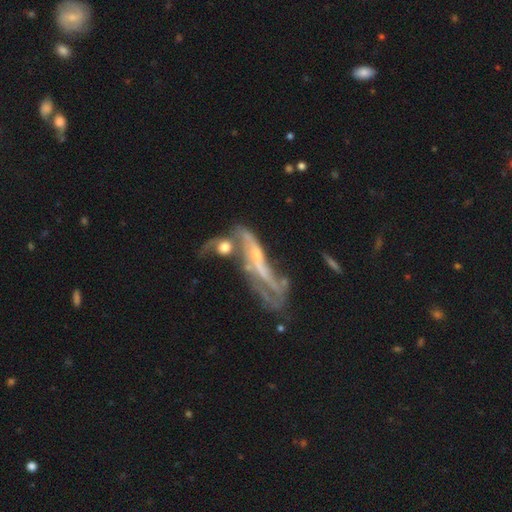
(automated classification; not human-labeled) A featured or disk galaxy (73%). Merging: merger (46%).